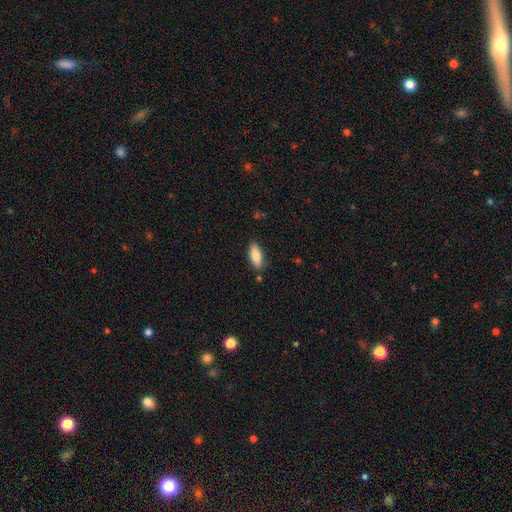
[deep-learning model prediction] Smooth or featured: smooth — 84% (featured or disk — 9%)
How rounded: in between — 80% (cigar-shaped — 18%)
Merging: none — 77% (minor disturbance — 17%)